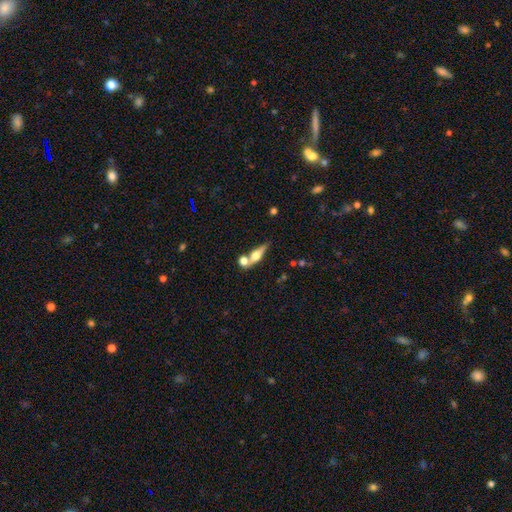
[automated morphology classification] featured or disk 51%, smooth 41%, star or artifact 8%. Down the decision tree: edge-on disk — yes (86%); merging — none (52%).